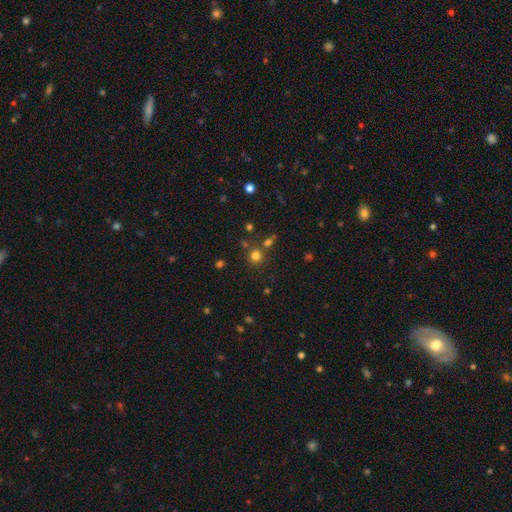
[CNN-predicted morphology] smooth_or_featured: smooth (p=0.74) [alt: star or artifact p=0.20]
how_rounded: round (p=0.91) [alt: in between p=0.08]
merging: none (p=0.75) [alt: merger p=0.13]